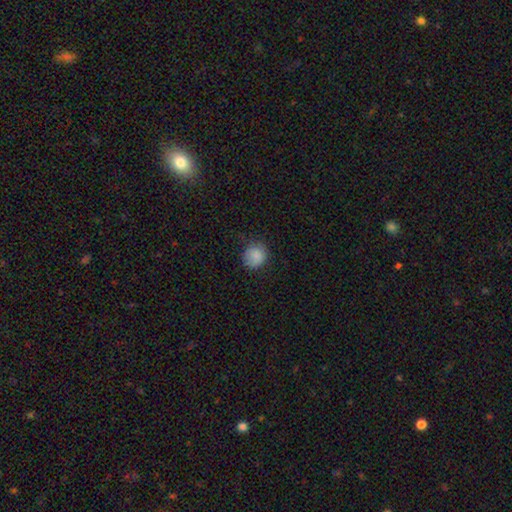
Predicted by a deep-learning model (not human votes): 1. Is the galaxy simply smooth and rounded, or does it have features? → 84% smooth, 9% star or artifact, 6% featured or disk.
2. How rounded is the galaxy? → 81% round, 18% in between, 1% cigar-shaped.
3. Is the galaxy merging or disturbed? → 74% none, 20% minor disturbance, 5% major disturbance, 1% merger.